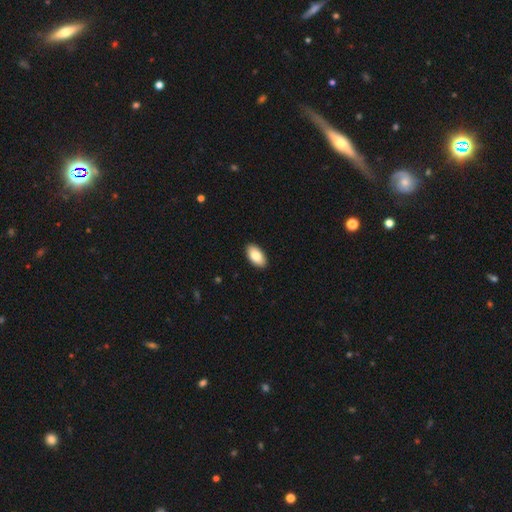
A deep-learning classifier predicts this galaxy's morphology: Smooth or featured? smooth (84%)
How rounded? in between (95%)
Merging? none (91%)